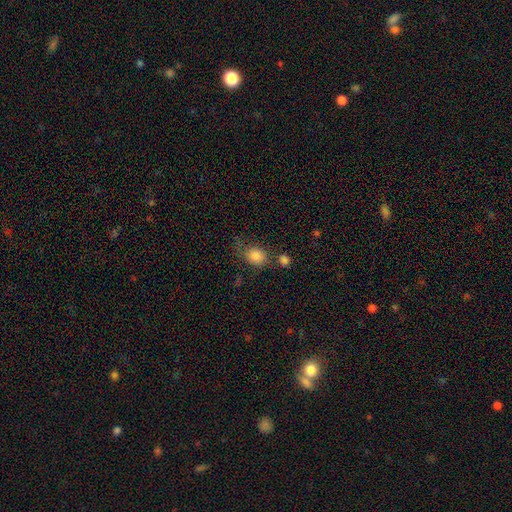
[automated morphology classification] Smooth or featured? Predicted: smooth (p=0.84). How rounded? Predicted: round (p=0.59). Merging? Predicted: none (p=0.53).